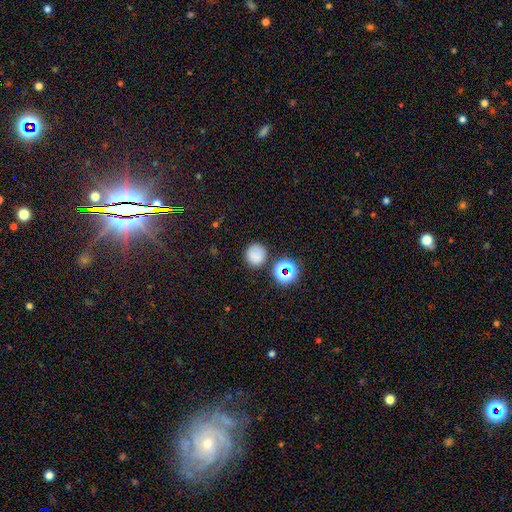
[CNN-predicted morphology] This appears to be a smooth galaxy with no disk features (75%) that is round (87%). Merging: none (81%).